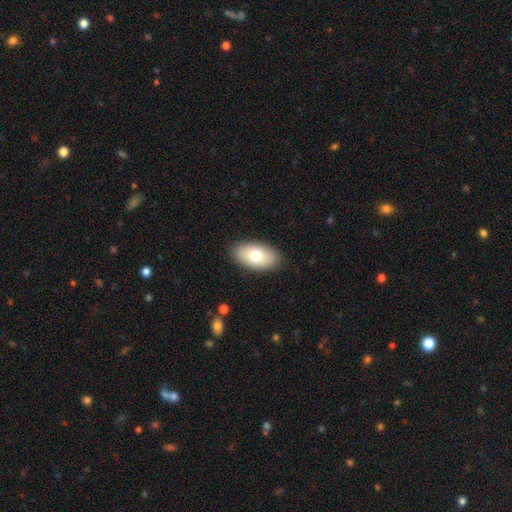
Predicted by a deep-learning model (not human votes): Smooth or featured? Predicted: smooth (p=0.74). How rounded? Predicted: in between (p=0.94). Merging? Predicted: none (p=0.87).